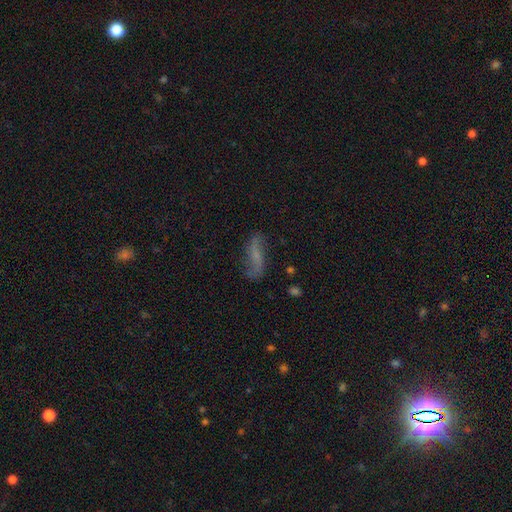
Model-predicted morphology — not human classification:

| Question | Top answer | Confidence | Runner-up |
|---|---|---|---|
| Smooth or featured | featured or disk | 58% | smooth (32%) |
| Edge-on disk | no | 86% | yes (14%) |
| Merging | none | 67% | minor disturbance (21%) |